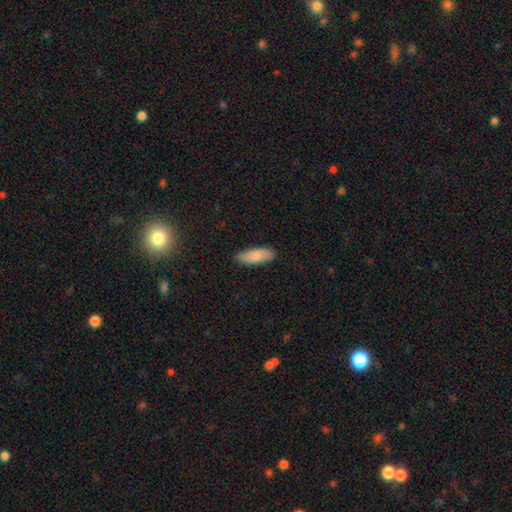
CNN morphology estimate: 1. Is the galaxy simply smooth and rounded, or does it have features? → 83% smooth, 11% featured or disk, 6% star or artifact.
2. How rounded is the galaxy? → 69% in between, 29% cigar-shaped, 2% round.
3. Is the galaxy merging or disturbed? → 85% none, 12% minor disturbance, 2% major disturbance, 1% merger.